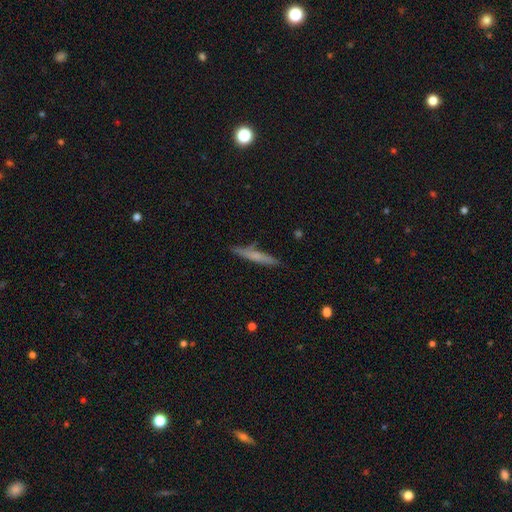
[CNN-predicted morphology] Q: Smooth or featured?
A: smooth (57%); runner-up: featured or disk (36%)
Q: How rounded?
A: cigar-shaped (94%); runner-up: in between (5%)
Q: Merging?
A: none (81%); runner-up: minor disturbance (14%)